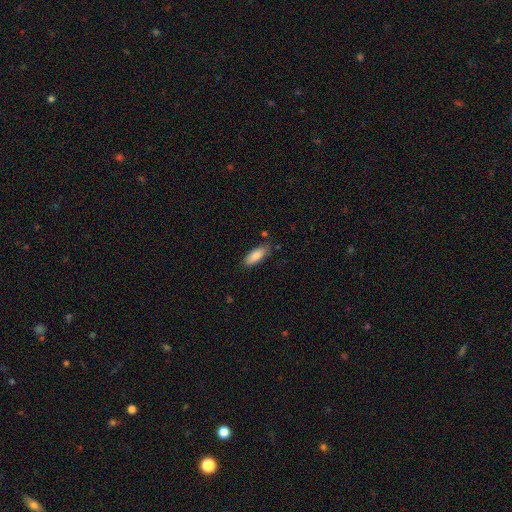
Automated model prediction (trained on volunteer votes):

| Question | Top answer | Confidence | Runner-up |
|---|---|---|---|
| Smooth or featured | smooth | 86% | featured or disk (8%) |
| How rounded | in between | 72% | cigar-shaped (26%) |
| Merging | none | 82% | minor disturbance (13%) |